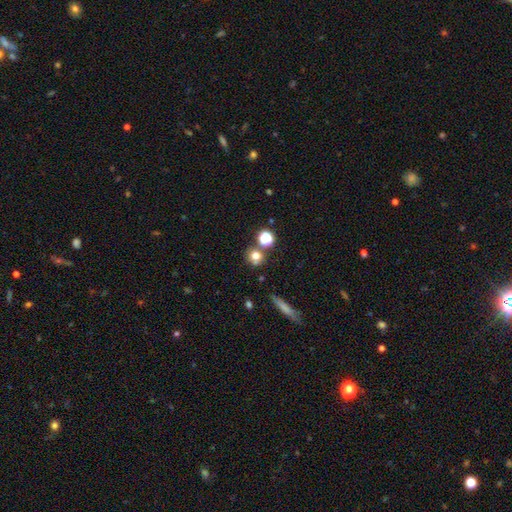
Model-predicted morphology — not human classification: smooth 72%, star or artifact 17%, featured or disk 11%. Down the decision tree: how rounded — round (86%); merging — none (71%).